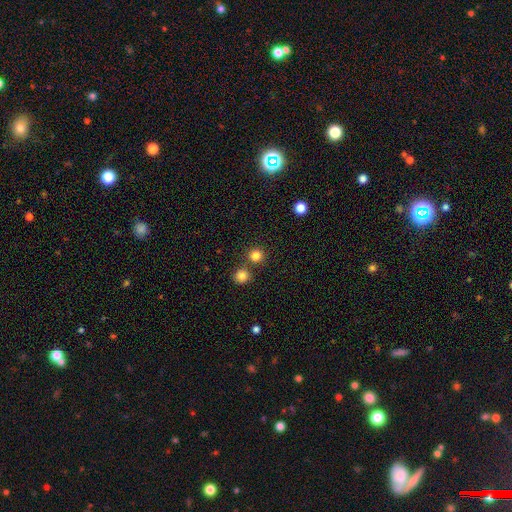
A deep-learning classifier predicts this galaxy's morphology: Smooth or featured? smooth (83%)
How rounded? round (93%)
Merging? none (74%)